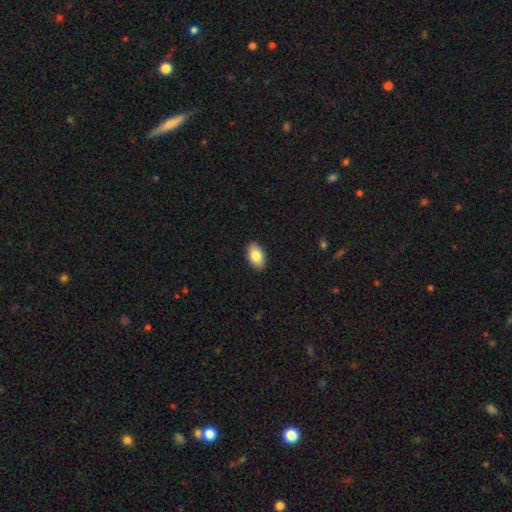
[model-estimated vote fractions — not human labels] Smooth or featured: smooth — 83% (featured or disk — 10%)
How rounded: in between — 92% (round — 6%)
Merging: none — 90% (minor disturbance — 8%)